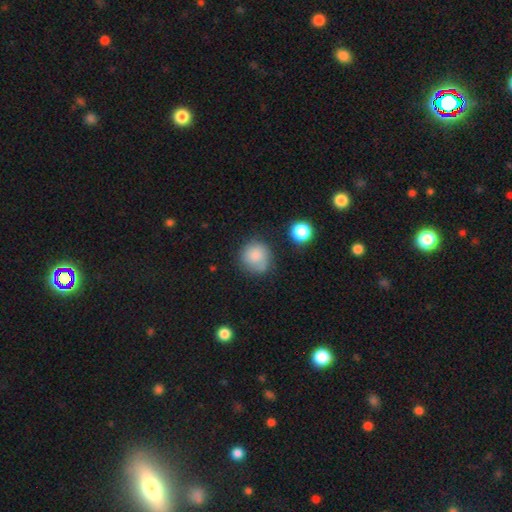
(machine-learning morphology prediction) This appears to be a smooth galaxy with no disk features (80%) that is round (87%). Merging: none (64%).